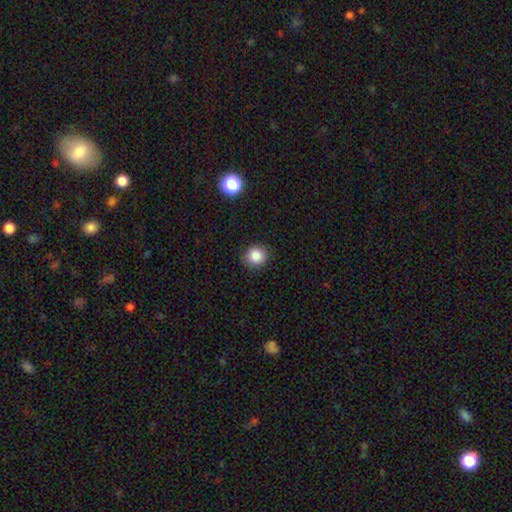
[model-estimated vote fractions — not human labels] The model was most divided on "how rounded": round: 83%, in between: 16%, cigar-shaped: 1%. More confident: merging — none (89%); smooth or featured — smooth (85%).